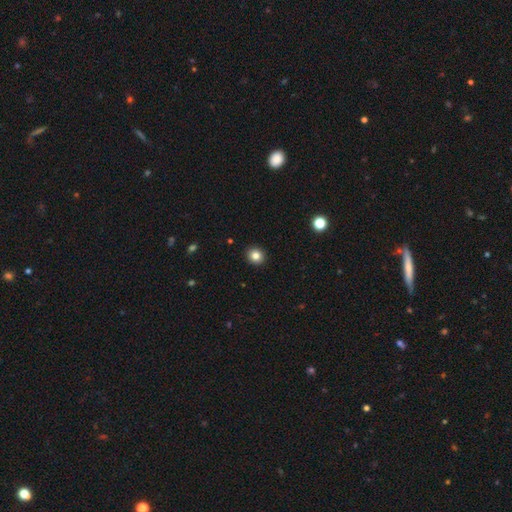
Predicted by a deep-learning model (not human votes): This is clearly a smooth galaxy (82%). How rounded: clearly round (87%). Merging: clearly none (93%).